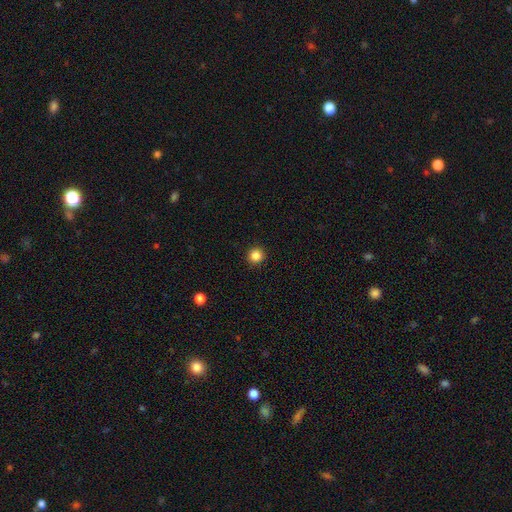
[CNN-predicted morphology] Smooth or featured?
  - smooth: 85% *
  - star or artifact: 11%
  - featured or disk: 4%
How rounded?
  - round: 94% *
  - in between: 5%
  - cigar-shaped: 1%
Merging?
  - none: 93% *
  - minor disturbance: 4%
  - major disturbance: 2%
  - merger: 1%